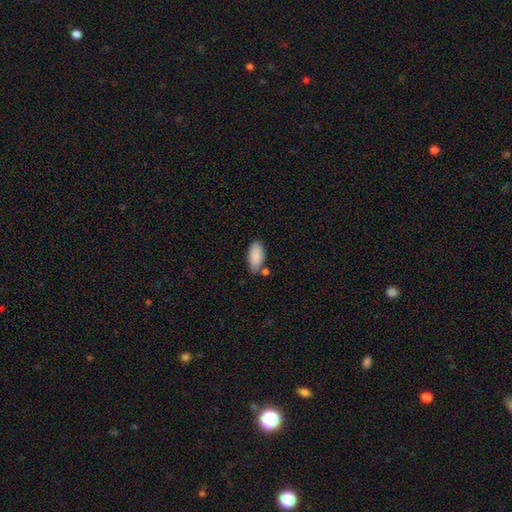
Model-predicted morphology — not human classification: type=smooth (88%); roundness=in between (93%); merging=none (65%).